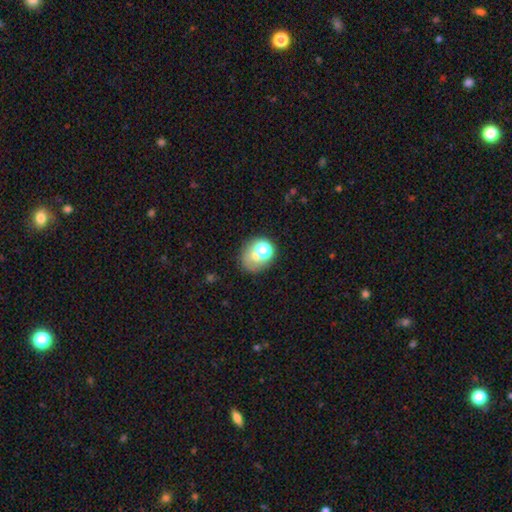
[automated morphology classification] Q: Smooth or featured?
A: smooth (59%); runner-up: star or artifact (21%)
Q: How rounded?
A: round (61%); runner-up: in between (38%)
Q: Merging?
A: none (51%); runner-up: merger (22%)